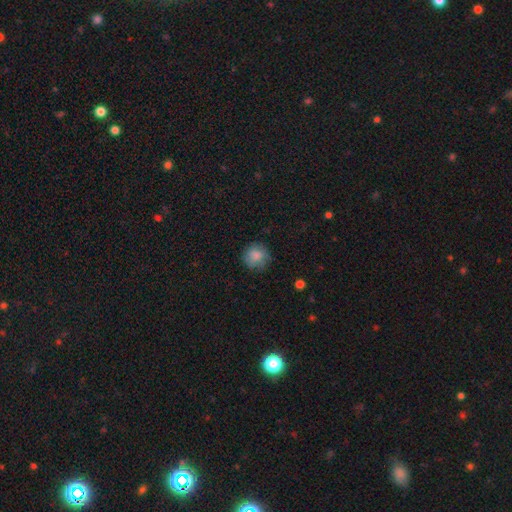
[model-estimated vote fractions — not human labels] Smooth or featured? smooth (82%)
How rounded? round (91%)
Merging? none (78%)